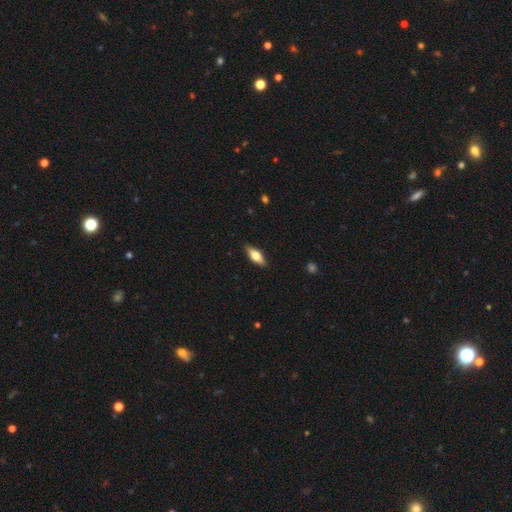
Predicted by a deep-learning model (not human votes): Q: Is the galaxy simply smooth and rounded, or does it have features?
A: smooth — 59%.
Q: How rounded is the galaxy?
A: in between — 67%.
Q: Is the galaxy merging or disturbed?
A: none — 88%.